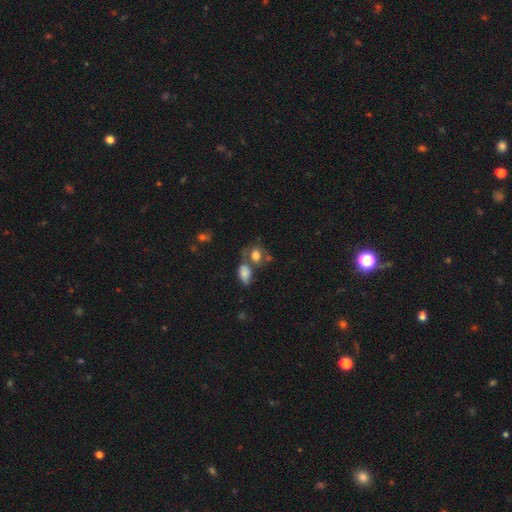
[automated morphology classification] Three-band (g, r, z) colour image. It shows a smooth galaxy with no disk features (68%) that is in between round and cigar-shaped (54%). Merging: none (38%).